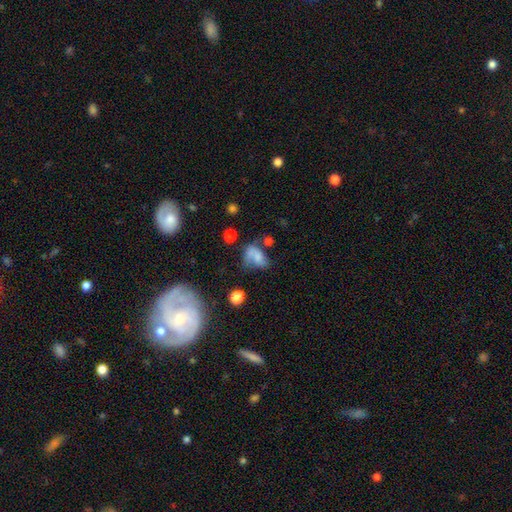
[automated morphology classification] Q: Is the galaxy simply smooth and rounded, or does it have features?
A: smooth — 56%.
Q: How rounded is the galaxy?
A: in between — 81%.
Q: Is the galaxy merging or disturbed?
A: major disturbance — 34%.